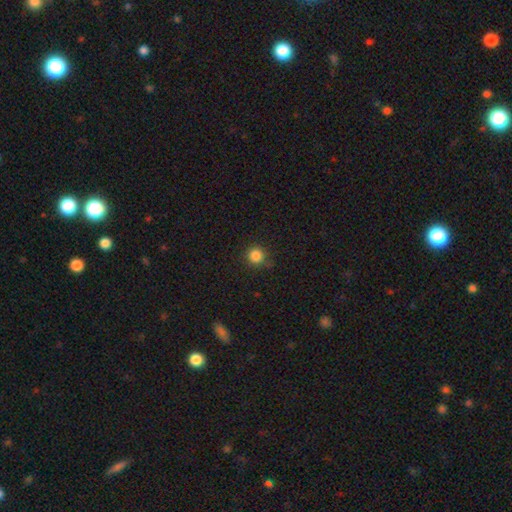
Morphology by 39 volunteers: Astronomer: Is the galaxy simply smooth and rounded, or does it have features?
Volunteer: smooth — 90%.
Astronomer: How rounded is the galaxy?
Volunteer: round — 94%.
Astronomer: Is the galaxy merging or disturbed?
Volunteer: none — 78%.